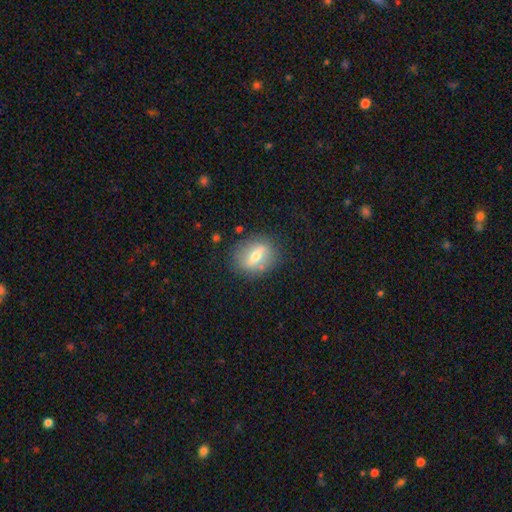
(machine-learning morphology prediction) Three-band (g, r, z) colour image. It shows a featured or disk galaxy (49%). Merging: none (82%).